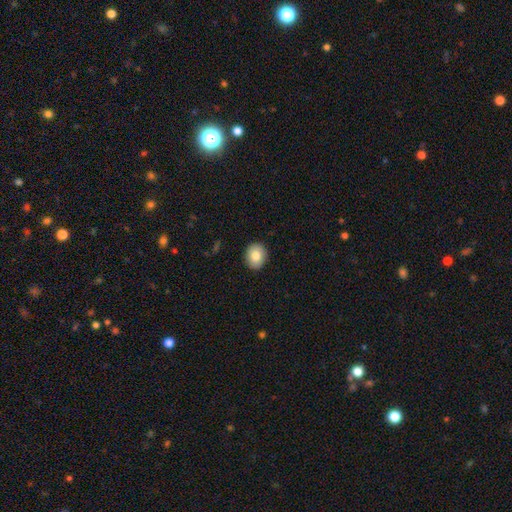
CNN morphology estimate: This appears to be a smooth galaxy with no disk features (81%) that is round (61%). Merging: none (90%).